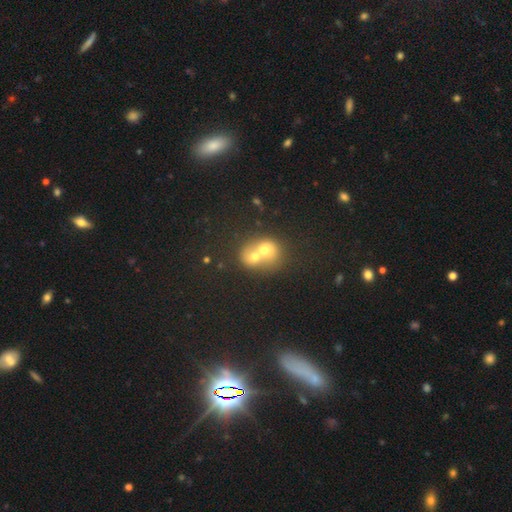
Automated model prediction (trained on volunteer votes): Overall: smooth (58%; featured or disk 26%). How rounded: round (64%; in between 35%). Merging: merger (73%).